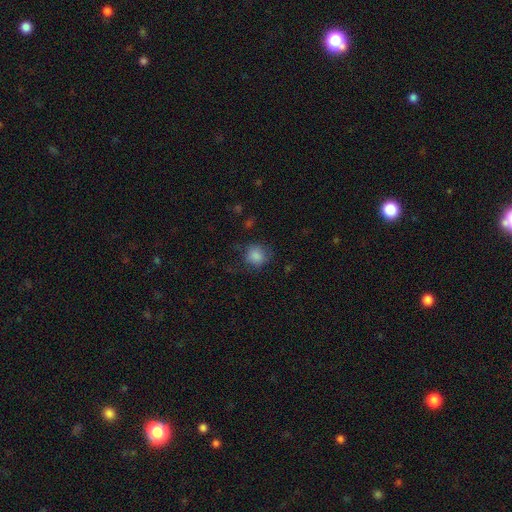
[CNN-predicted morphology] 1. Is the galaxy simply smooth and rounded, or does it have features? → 84% smooth, 10% star or artifact, 7% featured or disk.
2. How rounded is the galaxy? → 82% round, 17% in between, 1% cigar-shaped.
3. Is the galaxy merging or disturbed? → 67% none, 21% minor disturbance, 10% major disturbance, 1% merger.